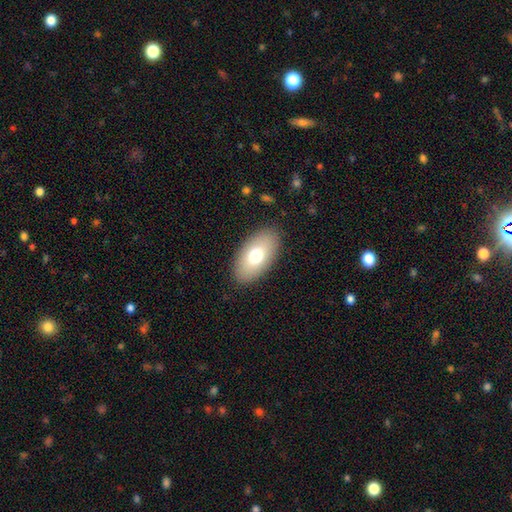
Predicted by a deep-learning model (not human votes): Smooth or featured? smooth (71%)
How rounded? in between (94%)
Merging? none (87%)